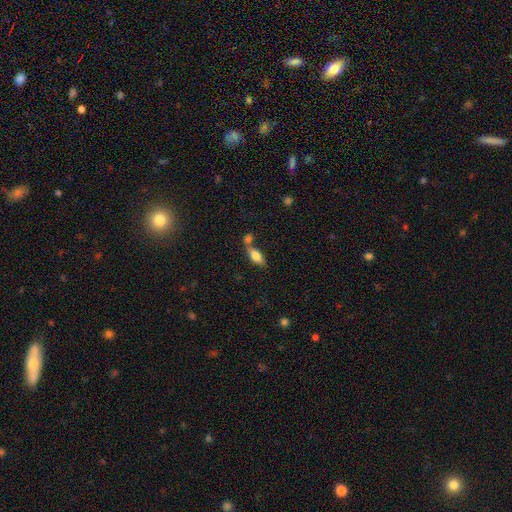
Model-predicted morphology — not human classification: smooth_or_featured: smooth (p=0.75) [alt: featured or disk p=0.17]
how_rounded: in between (p=0.82) [alt: cigar-shaped p=0.14]
merging: none (p=0.45) [alt: merger p=0.38]